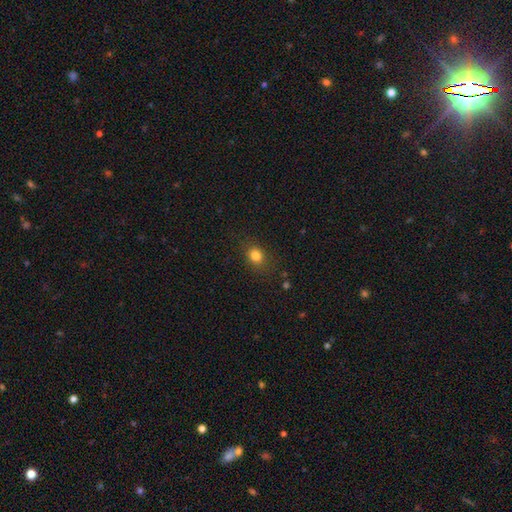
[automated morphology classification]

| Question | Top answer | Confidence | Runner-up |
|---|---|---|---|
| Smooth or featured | smooth | 81% | star or artifact (12%) |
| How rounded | round | 60% | in between (39%) |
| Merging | none | 82% | minor disturbance (12%) |